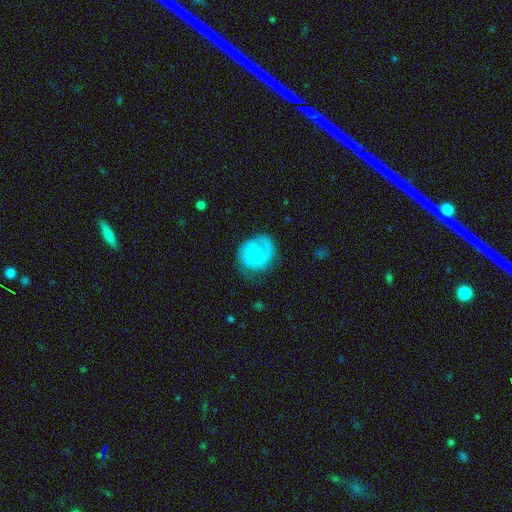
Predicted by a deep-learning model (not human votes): smooth-or-featured: featured or disk: 82% | smooth: 13% | star or artifact: 5%
  disk-edge-on: no: 98% | yes: 2%
    bar: no: 62% | weak: 33% | strong: 5%
    has-spiral-arms: yes: 97% | no: 3%
      spiral-winding: tight: 49% | medium: 40% | loose: 10%
      spiral-arm-count: 2: 59% | 1: 17% | 3: 12% | can't tell: 9% | 4: 2% | more than 4: 2%
    bulge-size: small: 66% | moderate: 18% | none: 13% | large: 2% | dominant: 1%
  merging: none: 71% | minor disturbance: 18% | major disturbance: 10% | merger: 1%